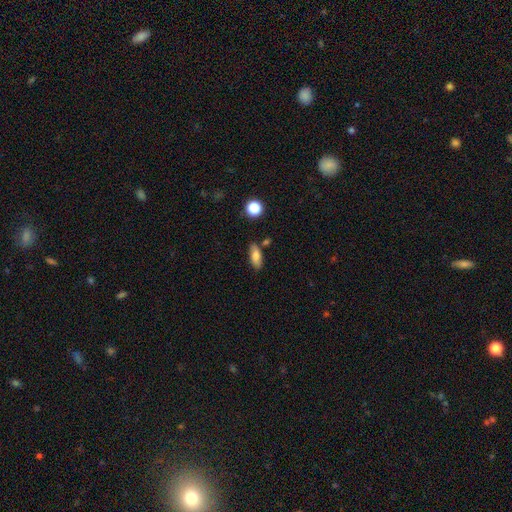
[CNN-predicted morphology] smooth_or_featured: smooth (p=0.78) [alt: featured or disk p=0.13]
how_rounded: in between (p=0.75) [alt: cigar-shaped p=0.21]
merging: none (p=0.77) [alt: minor disturbance p=0.15]